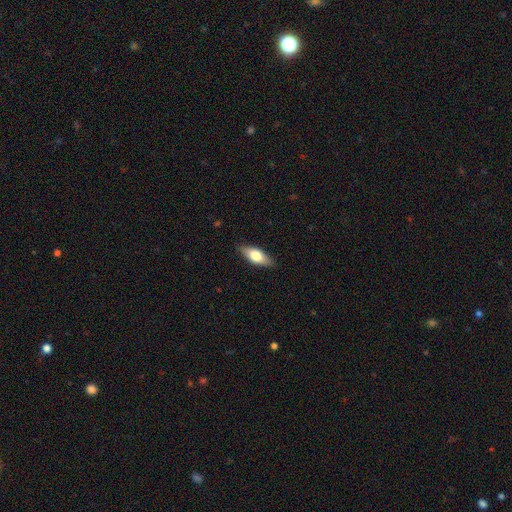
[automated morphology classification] Smooth or featured? smooth (67%)
How rounded? in between (77%)
Merging? none (85%)